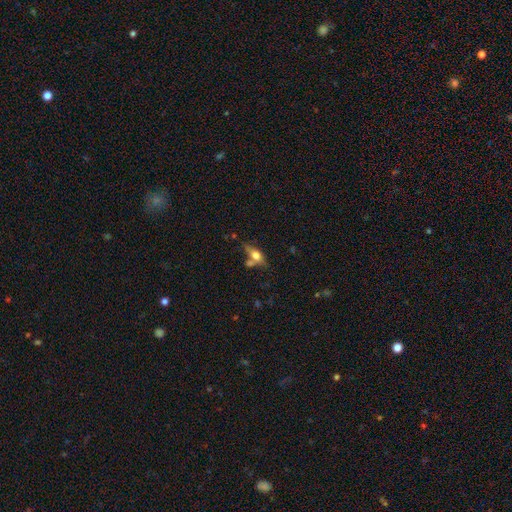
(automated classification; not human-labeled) Smooth or featured? smooth (53%)
How rounded? in between (66%)
Merging? none (51%)